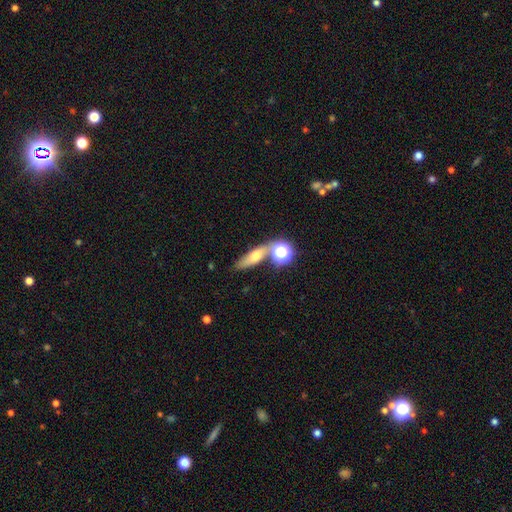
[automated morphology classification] Smooth or featured? smooth (48%)
Merging? none (65%)